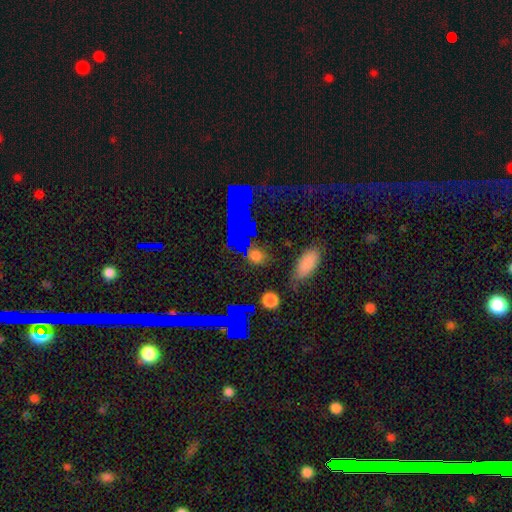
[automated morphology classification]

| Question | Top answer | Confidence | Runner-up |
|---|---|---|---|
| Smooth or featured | smooth | 49% | star or artifact (38%) |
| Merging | none | 80% | minor disturbance (10%) |